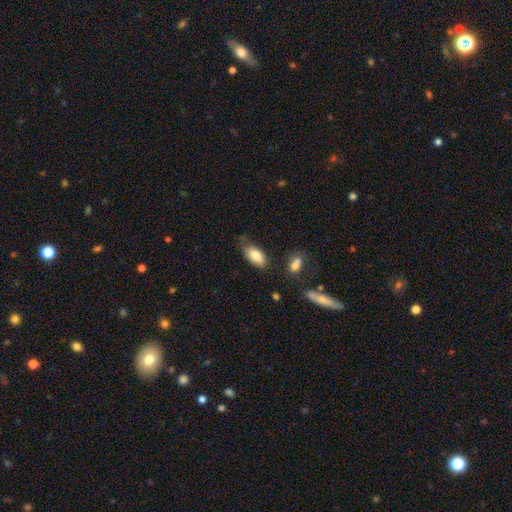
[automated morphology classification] This appears to be a smooth galaxy with no disk features (82%) that is in between round and cigar-shaped (91%). Merging: none (66%).